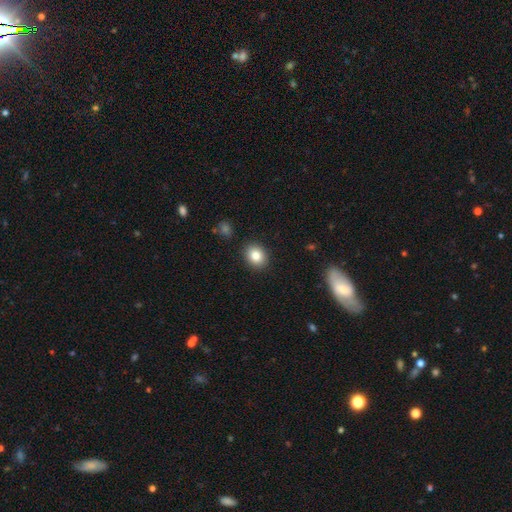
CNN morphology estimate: Smooth or featured? smooth (83%)
How rounded? round (54%)
Merging? none (89%)